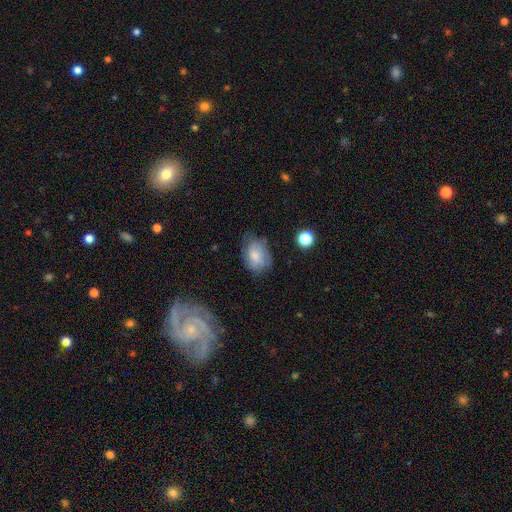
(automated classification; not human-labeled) Smooth or featured? smooth (69%)
How rounded? in between (73%)
Merging? none (62%)